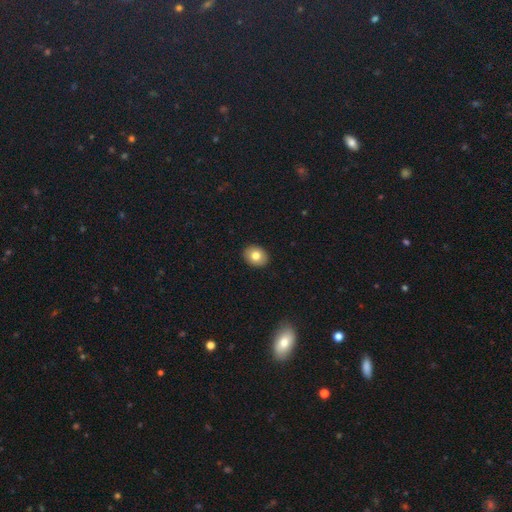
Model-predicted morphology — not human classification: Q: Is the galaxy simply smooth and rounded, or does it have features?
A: smooth — 80%.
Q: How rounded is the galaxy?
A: in between — 50%.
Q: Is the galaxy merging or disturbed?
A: none — 92%.